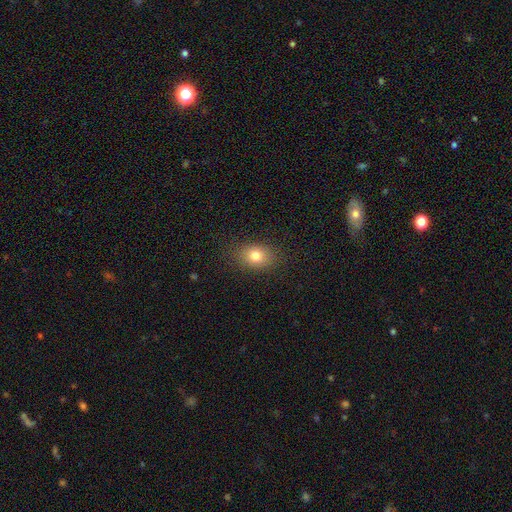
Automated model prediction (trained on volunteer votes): Morphology: type=smooth (78%); roundness=in between (64%); merging=none (87%).